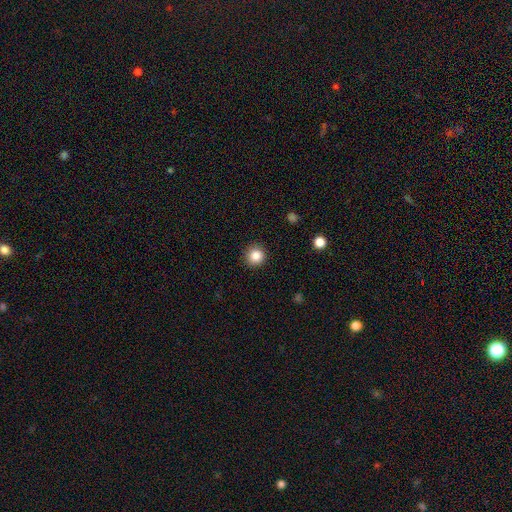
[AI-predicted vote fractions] smooth_or_featured: smooth (p=0.86) [alt: star or artifact p=0.10]
how_rounded: round (p=0.94) [alt: in between p=0.05]
merging: none (p=0.91) [alt: minor disturbance p=0.06]